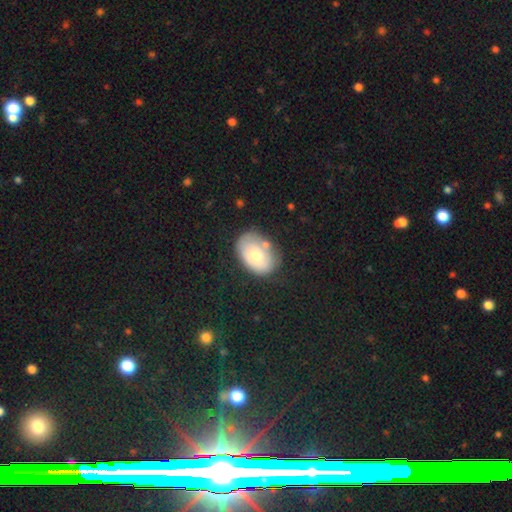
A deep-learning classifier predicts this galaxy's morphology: type=smooth (68%); roundness=in between (82%); merging=none (59%).